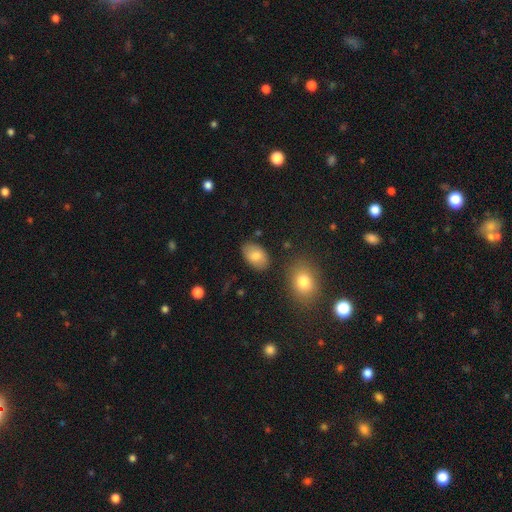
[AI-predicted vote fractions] Q: Smooth or featured?
A: smooth (79%); runner-up: featured or disk (14%)
Q: How rounded?
A: in between (91%); runner-up: round (7%)
Q: Merging?
A: none (81%); runner-up: minor disturbance (13%)